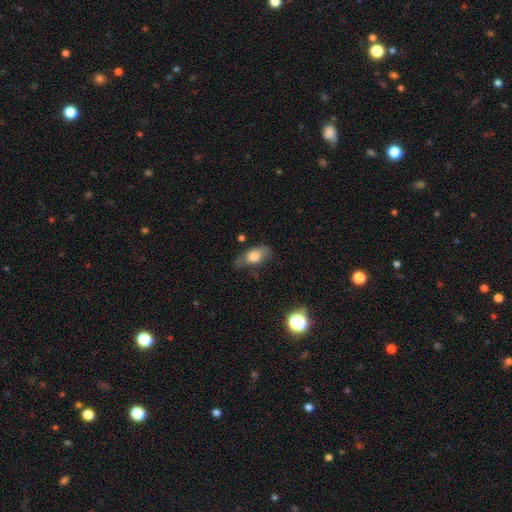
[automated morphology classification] A smooth galaxy with no disk features (71%) that is in between round and cigar-shaped (85%). Merging: none (50%).